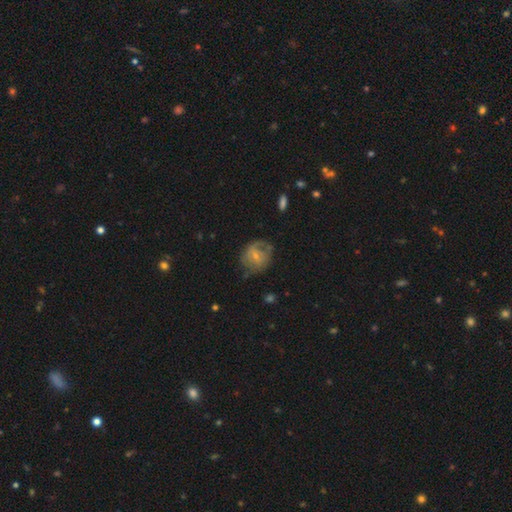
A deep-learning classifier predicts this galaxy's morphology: type=featured or disk (61%); edge-on=no (97%); bar=no (48%); spiral arms=yes (79%); bulge=small (68%); merging=none (55%).